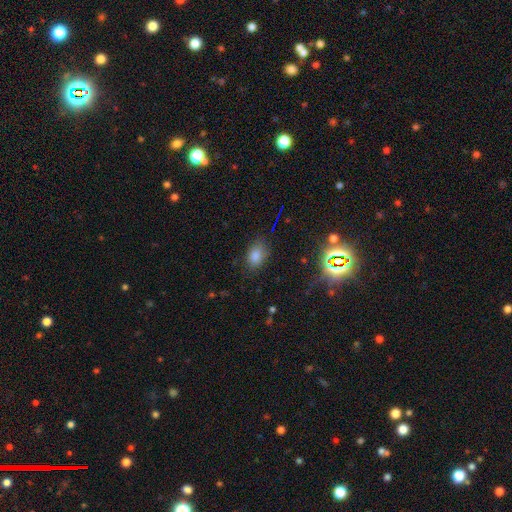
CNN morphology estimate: smooth-or-featured: smooth: 80% | star or artifact: 14% | featured or disk: 6%
  how-rounded: in between: 80% | round: 18% | cigar-shaped: 2%
  merging: none: 77% | minor disturbance: 16% | major disturbance: 5% | merger: 2%